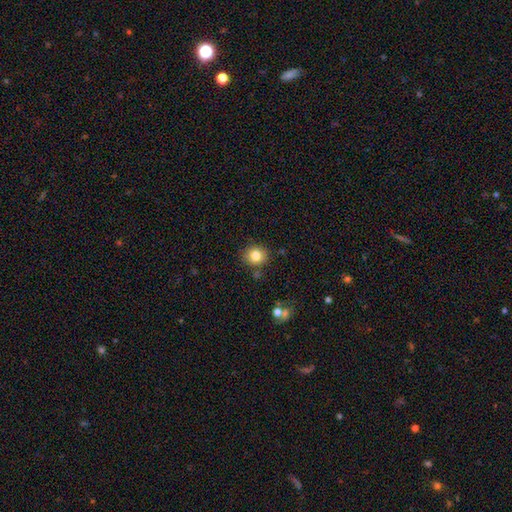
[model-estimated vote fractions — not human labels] smooth 81%, star or artifact 11%, featured or disk 8%. Down the decision tree: how rounded — round (80%); merging — none (84%).